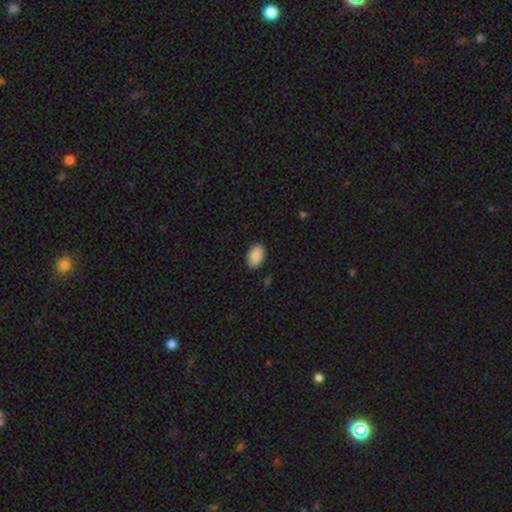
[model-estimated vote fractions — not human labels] smooth 88%, star or artifact 7%, featured or disk 5%. Down the decision tree: how rounded — in between (91%); merging — none (88%).